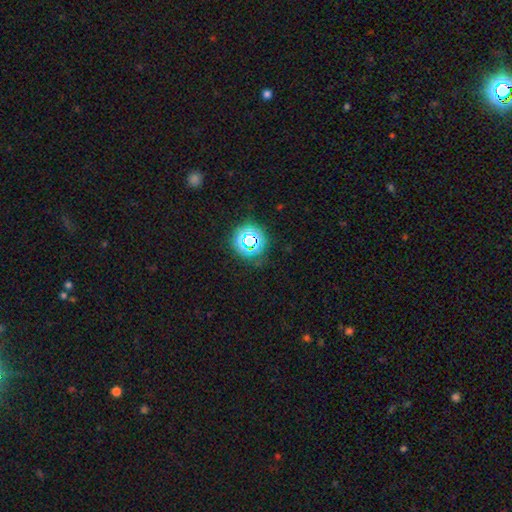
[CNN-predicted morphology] The model was most divided on "smooth or featured": smooth: 47%, star or artifact: 45%, featured or disk: 8%. More confident: merging — none (87%).